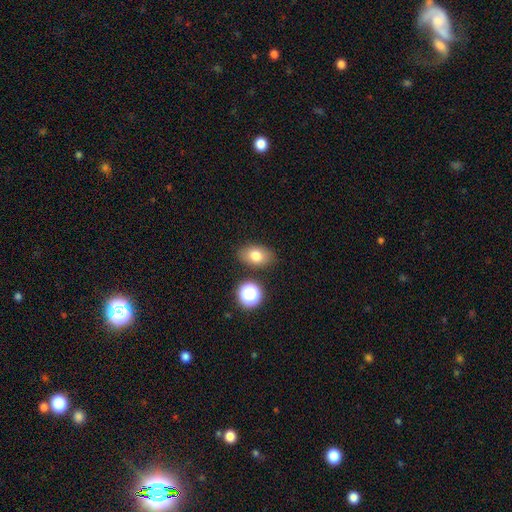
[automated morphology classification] A smooth galaxy with no disk features (77%) that is in between round and cigar-shaped (83%). Merging: none (83%).